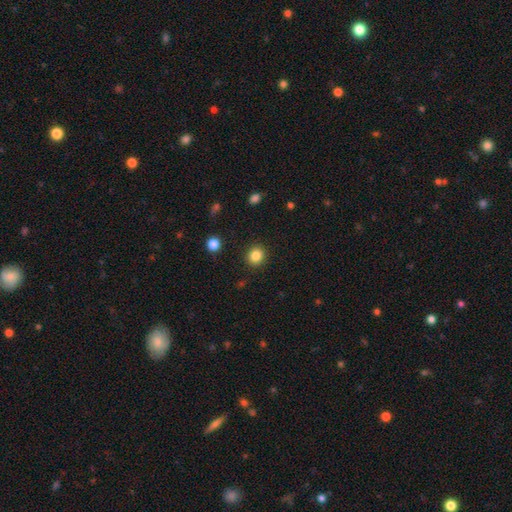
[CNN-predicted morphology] This is clearly a smooth galaxy (84%). How rounded: clearly round (83%). Merging: clearly none (91%).